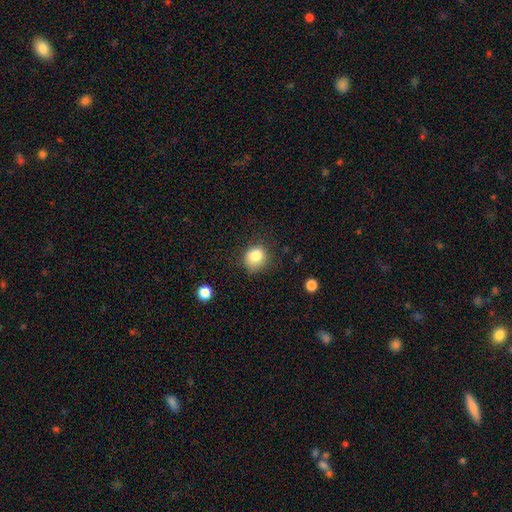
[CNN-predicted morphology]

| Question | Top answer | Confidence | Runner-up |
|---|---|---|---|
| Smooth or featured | smooth | 83% | star or artifact (11%) |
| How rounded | round | 77% | in between (23%) |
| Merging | none | 71% | minor disturbance (21%) |